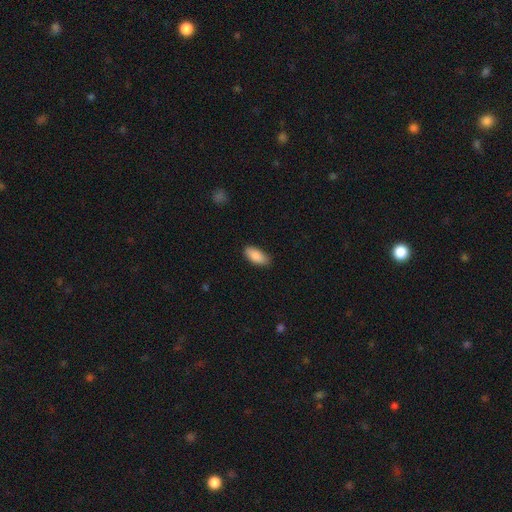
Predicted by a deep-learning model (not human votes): Q: Smooth or featured?
A: smooth (89%); runner-up: star or artifact (6%)
Q: How rounded?
A: in between (89%); runner-up: cigar-shaped (9%)
Q: Merging?
A: none (85%); runner-up: minor disturbance (12%)